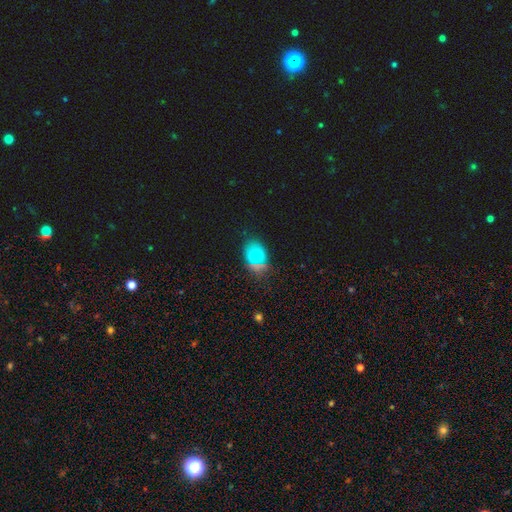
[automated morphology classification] This is likely a smooth galaxy (70%). How rounded: likely in between (62%). Merging: likely none (68%).